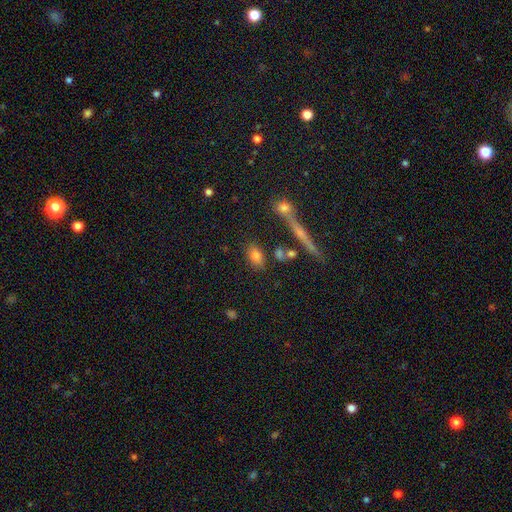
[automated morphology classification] The model was most divided on "merging": none: 76%, minor disturbance: 12%, merger: 7%, major disturbance: 4%. More confident: how rounded — in between (80%); smooth or featured — smooth (77%).